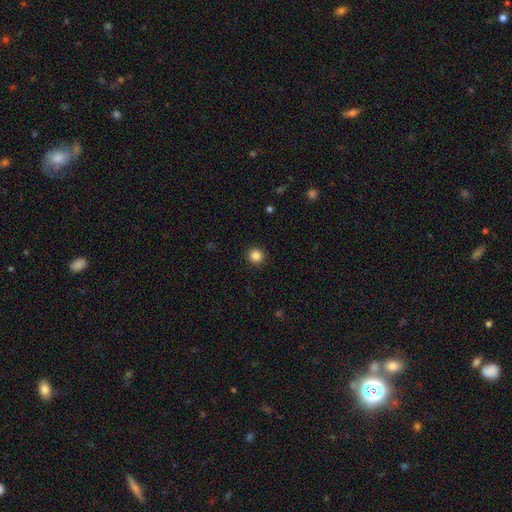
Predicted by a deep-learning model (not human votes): smooth_or_featured: smooth (p=0.85) [alt: star or artifact p=0.11]
how_rounded: round (p=0.95) [alt: in between p=0.04]
merging: none (p=0.92) [alt: minor disturbance p=0.05]